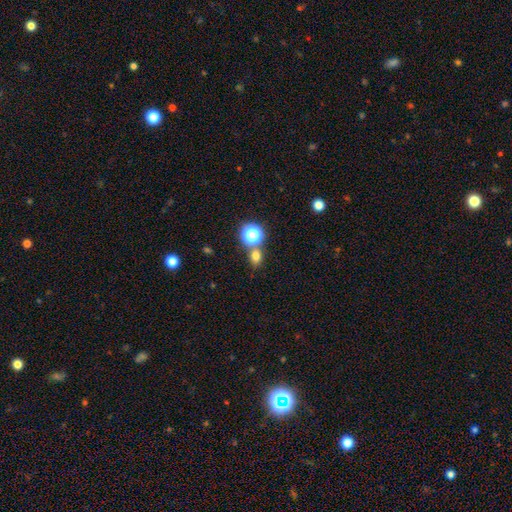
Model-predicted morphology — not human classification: smooth_or_featured: smooth (p=0.71) [alt: star or artifact p=0.22]
how_rounded: round (p=0.62) [alt: in between p=0.36]
merging: none (p=0.67) [alt: merger p=0.20]